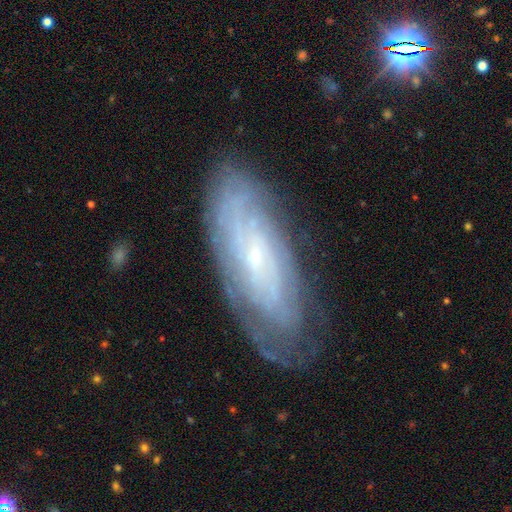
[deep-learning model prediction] A featured or disk galaxy (75%) with no bar (68%), tight (78%) spiral arms (88%) and a small central bulge (83%). Merging: none (75%).